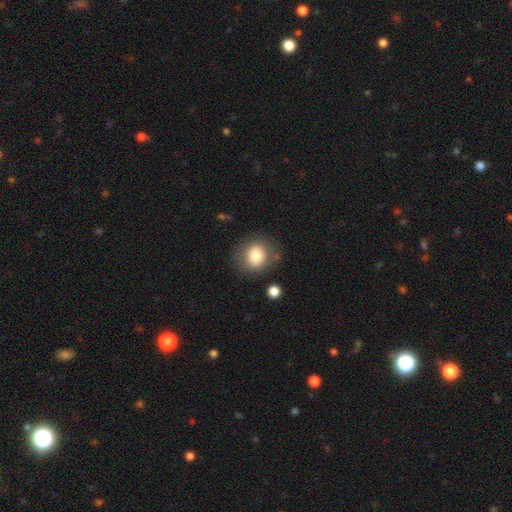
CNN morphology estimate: A smooth galaxy with no disk features (80%) that is round (74%).

Vote fractions:
- Smooth or featured? smooth: 80% / featured or disk: 11% / star or artifact: 9%
- How rounded? round: 74% / in between: 25% / cigar-shaped: 1%
- Merging? none: 79% / minor disturbance: 12% / major disturbance: 5% / merger: 4%